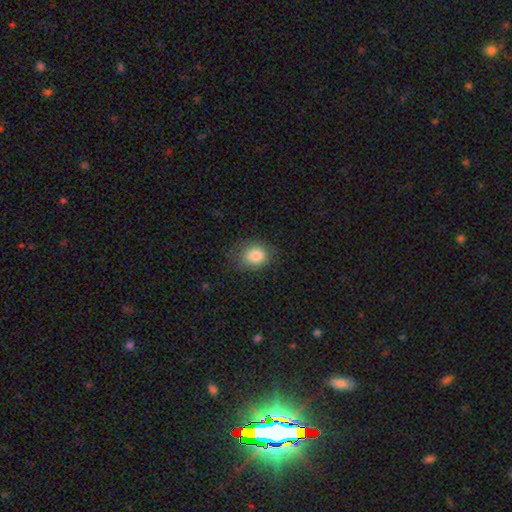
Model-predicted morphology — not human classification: A smooth galaxy with no disk features (84%) that is in between round and cigar-shaped (52%). Merging: none (72%).